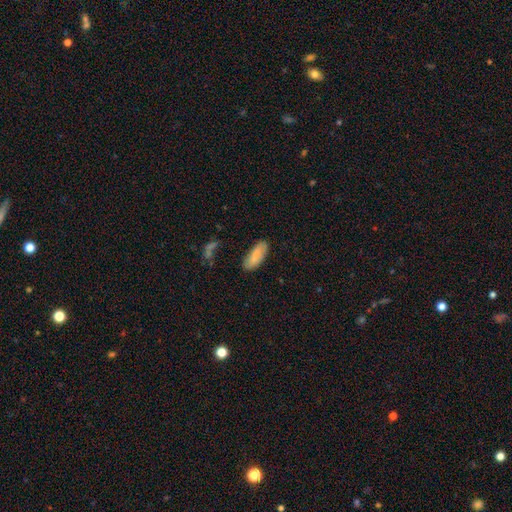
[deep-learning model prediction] This is clearly a smooth galaxy (84%). How rounded: likely in between (75%). Merging: likely none (79%).